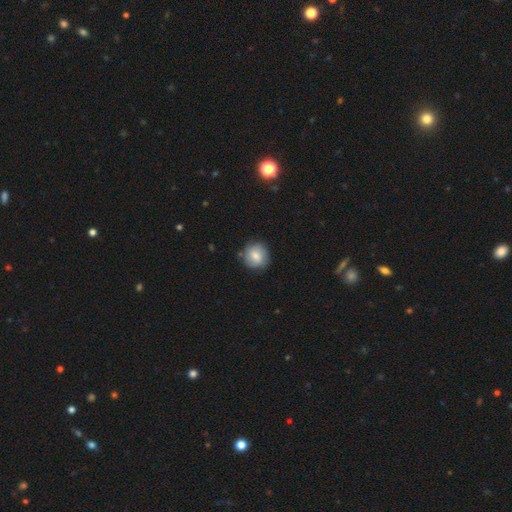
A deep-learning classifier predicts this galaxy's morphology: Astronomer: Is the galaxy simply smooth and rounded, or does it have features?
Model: smooth — 64%.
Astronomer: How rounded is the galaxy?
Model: round — 89%.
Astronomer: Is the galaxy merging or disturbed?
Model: none — 81%.